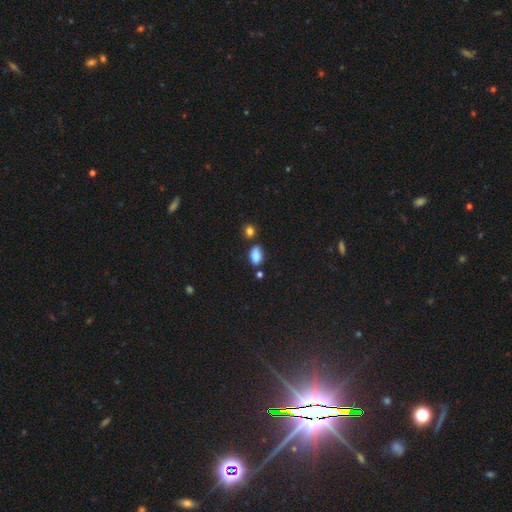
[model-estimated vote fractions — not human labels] Q: Smooth or featured?
A: smooth (85%); runner-up: star or artifact (10%)
Q: How rounded?
A: in between (88%); runner-up: round (9%)
Q: Merging?
A: none (67%); runner-up: minor disturbance (19%)